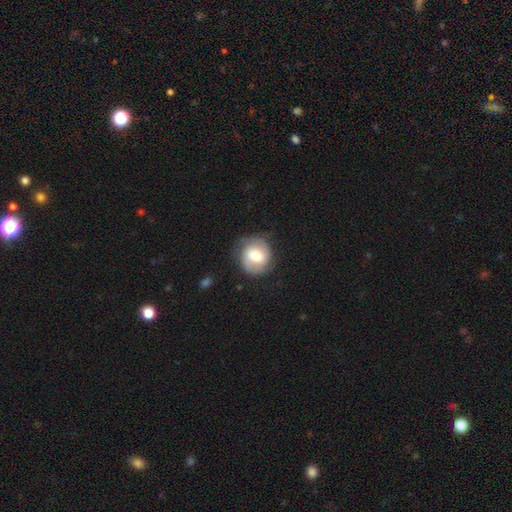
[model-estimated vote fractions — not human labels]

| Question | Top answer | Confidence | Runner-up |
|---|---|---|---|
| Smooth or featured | featured or disk | 53% | smooth (40%) |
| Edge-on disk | no | 98% | yes (2%) |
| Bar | weak | 45% | no (39%) |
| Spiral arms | yes | 85% | no (15%) |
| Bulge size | moderate | 43% | large (36%) |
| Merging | none | 75% | minor disturbance (17%) |